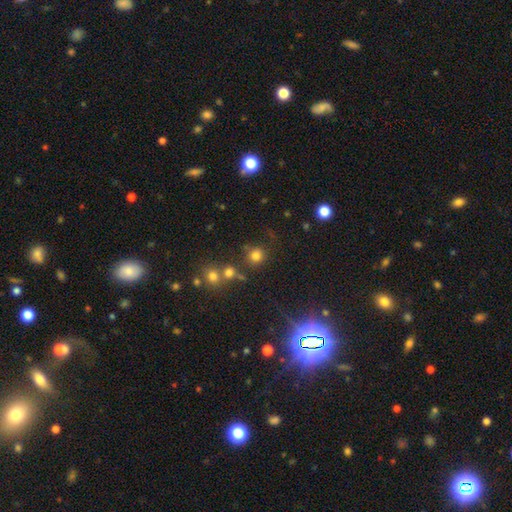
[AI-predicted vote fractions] The model was most divided on "smooth or featured": smooth: 76%, star or artifact: 17%, featured or disk: 7%. More confident: how rounded — round (90%); merging — none (74%).